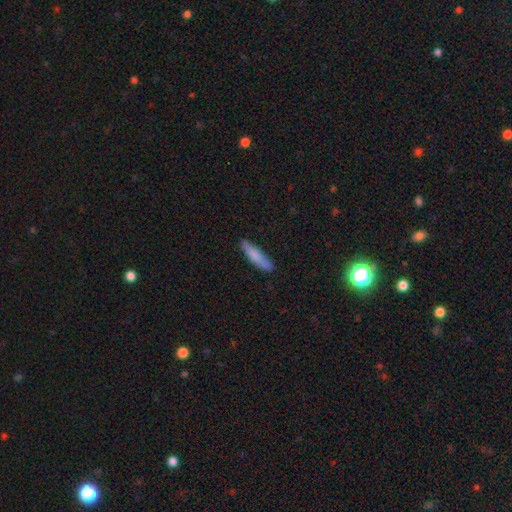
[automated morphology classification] Smooth or featured: smooth — 77% (featured or disk — 17%)
How rounded: cigar-shaped — 81% (in between — 17%)
Merging: none — 81% (minor disturbance — 14%)